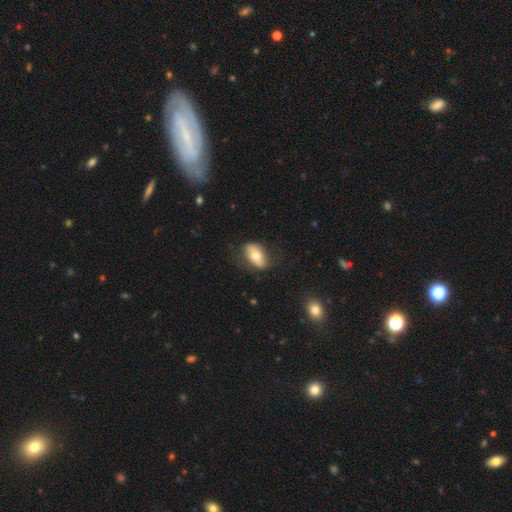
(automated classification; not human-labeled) This is possibly a smooth galaxy (59%). How rounded: clearly in between (88%). Merging: likely none (66%).